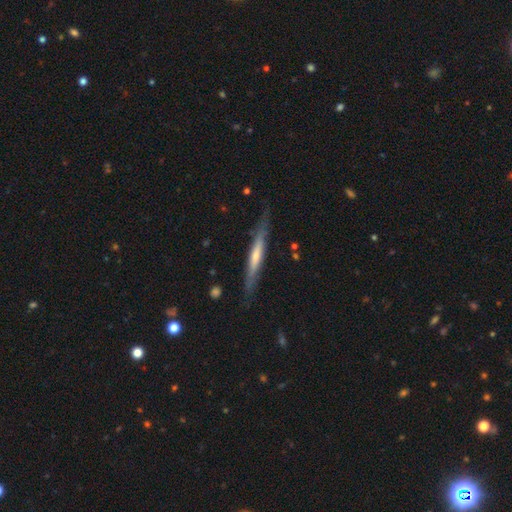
Smooth or featured?
  - featured or disk: 69% *
  - smooth: 28%
  - star or artifact: 3%
Edge-on disk?
  - yes: 89% *
  - no: 11%
Edge-on bulge?
  - none: 71% *
  - rounded: 17%
  - boxy: 12%
Merging?
  - none: 87% *
  - minor disturbance: 8%
  - merger: 5%
  - major disturbance: 0%